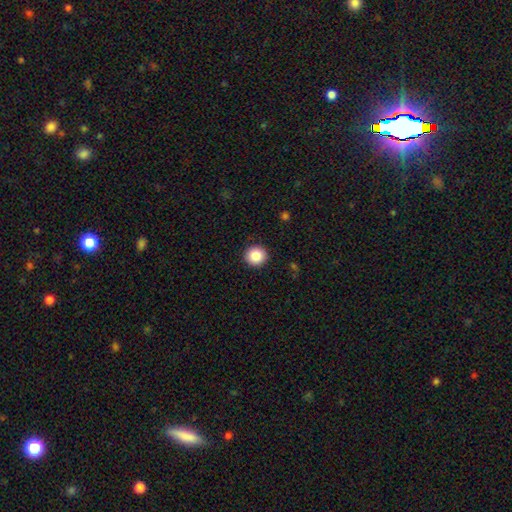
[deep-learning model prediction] The model was most divided on "smooth or featured": smooth: 87%, star or artifact: 9%, featured or disk: 4%. More confident: how rounded — round (94%); merging — none (92%).